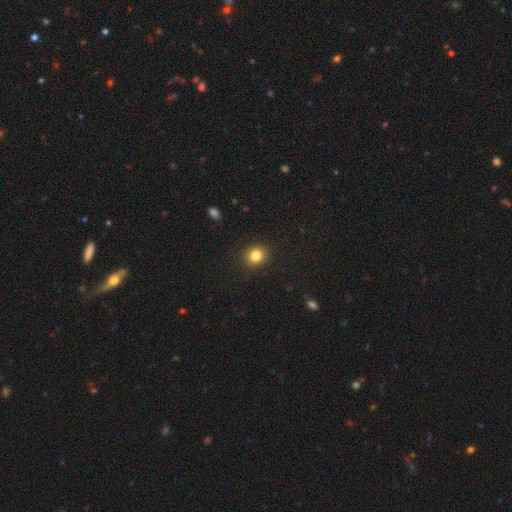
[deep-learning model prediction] A smooth galaxy with no disk features (82%) that is round (76%). Merging: none (91%).